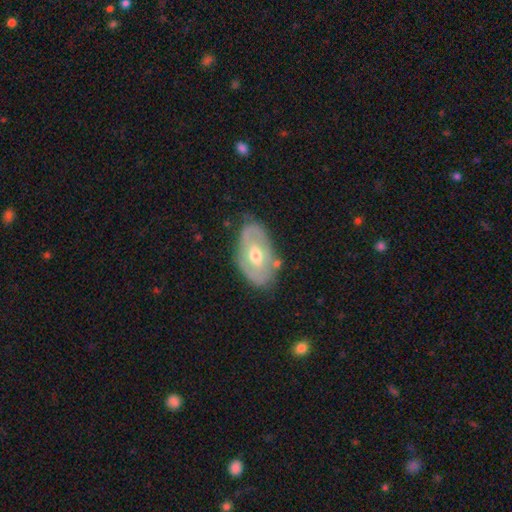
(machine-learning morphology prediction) Smooth or featured? featured or disk (66%)
Edge-on disk? no (91%)
Bar? no (51%)
Spiral arms? no (50%, tied with yes)
Bulge size? moderate (74%)
Merging? none (69%)